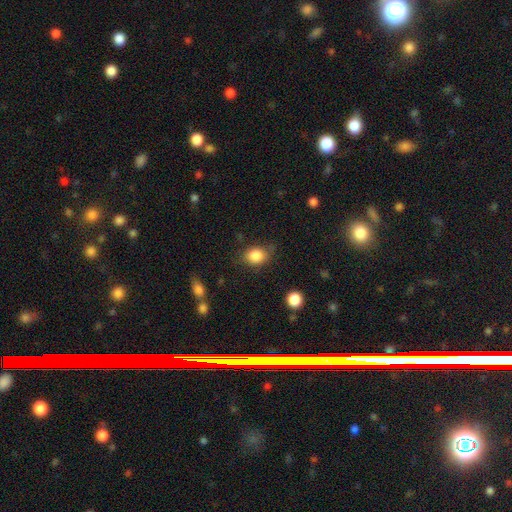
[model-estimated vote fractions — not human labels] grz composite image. It shows a smooth galaxy with no disk features (85%) that is in between round and cigar-shaped (55%). Merging: none (71%).